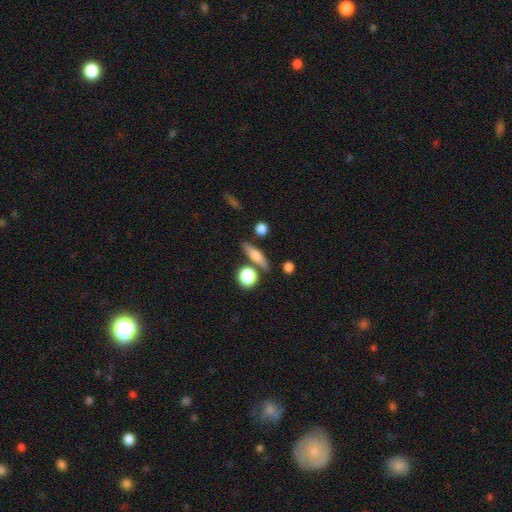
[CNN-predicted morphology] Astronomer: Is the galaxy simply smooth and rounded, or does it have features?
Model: smooth — 54% (runner-up: featured or disk, 37%).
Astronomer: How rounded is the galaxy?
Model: cigar-shaped — 58%.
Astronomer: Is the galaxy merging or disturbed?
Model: none — 81%.